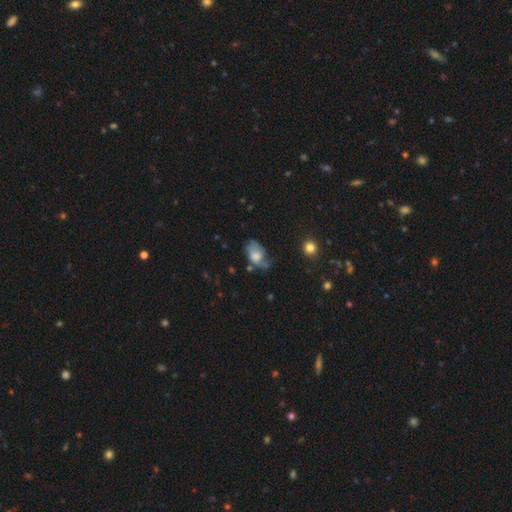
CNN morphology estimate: smooth_or_featured: smooth (p=0.53) [alt: featured or disk p=0.36]
how_rounded: in between (p=0.84) [alt: round p=0.15]
merging: major disturbance (p=0.32) [tied with: minor disturbance p=0.32]